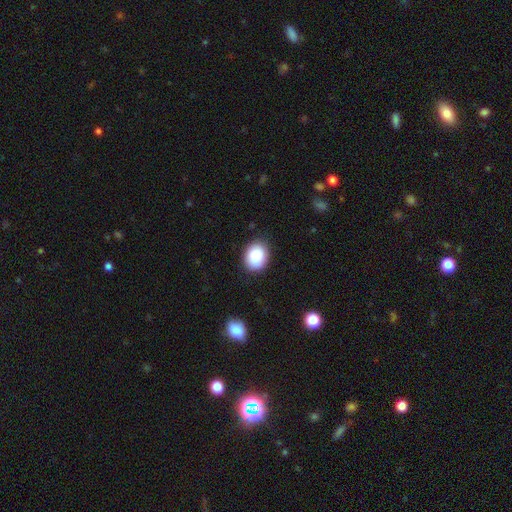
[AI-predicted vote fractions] Q: Smooth or featured?
A: smooth (86%); runner-up: star or artifact (8%)
Q: How rounded?
A: in between (52%); runner-up: round (48%)
Q: Merging?
A: none (87%); runner-up: minor disturbance (10%)